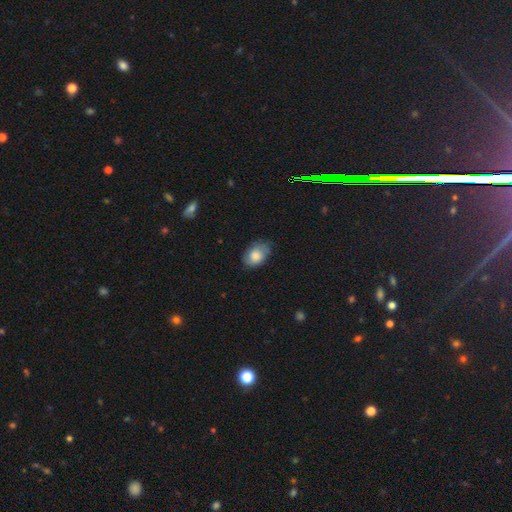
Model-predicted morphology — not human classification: smooth 78%, featured or disk 14%, star or artifact 7%. Down the decision tree: how rounded — in between (80%); merging — none (67%).